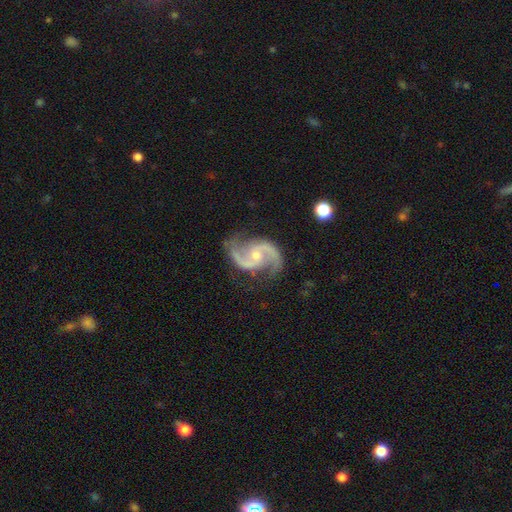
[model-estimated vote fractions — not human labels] A featured or disk galaxy (94%) with no bar (52%), 2 (94%) medium (58%) spiral arms (98%) and a small central bulge (60%).

Vote fractions:
- Smooth or featured? featured or disk: 94% / star or artifact: 4% / smooth: 2%
- Edge-on disk? no: 98% / yes: 2%
- Bar? no: 52% / weak: 36% / strong: 11%
- Spiral arms? yes: 98% / no: 2%
- Spiral winding? medium: 58% / loose: 31% / tight: 11%
- Spiral arm count? 2: 94% / 3: 1% / can't tell: 1% / 1: 1% / 4: 1% / more than 4: 1%
- Bulge size? small: 60% / moderate: 35% / none: 2% / large: 1% / dominant: 1%
- Merging? none: 79% / minor disturbance: 15% / major disturbance: 5% / merger: 2%